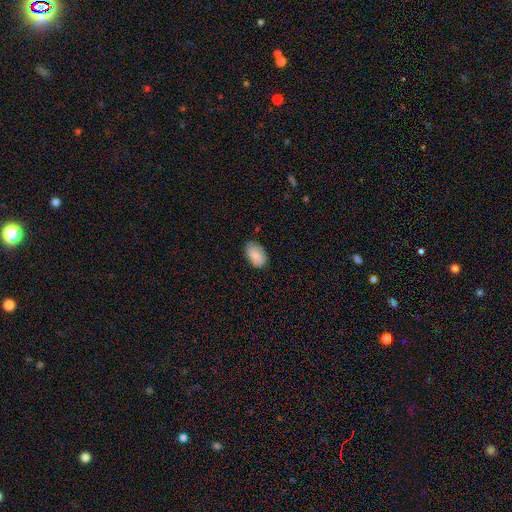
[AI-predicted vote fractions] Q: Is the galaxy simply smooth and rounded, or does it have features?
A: smooth — 81%.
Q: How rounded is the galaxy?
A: in between — 92%.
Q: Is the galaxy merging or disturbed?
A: none — 74%.